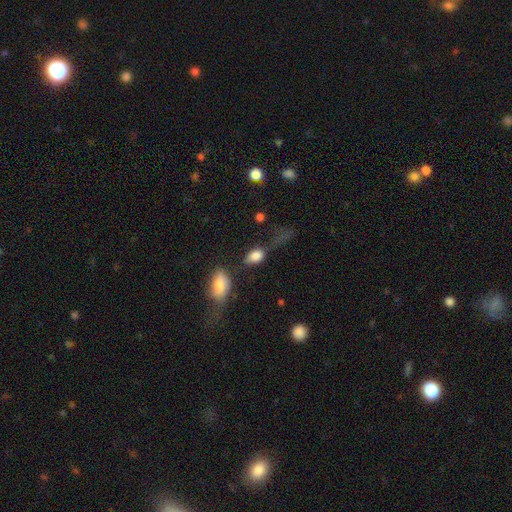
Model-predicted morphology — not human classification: A smooth galaxy with no disk features (79%) that is in between round and cigar-shaped (81%).

Vote fractions:
- Smooth or featured? smooth: 79% / featured or disk: 12% / star or artifact: 9%
- How rounded? in between: 81% / round: 15% / cigar-shaped: 4%
- Merging? none: 33% / major disturbance: 30% / minor disturbance: 24% / merger: 14%